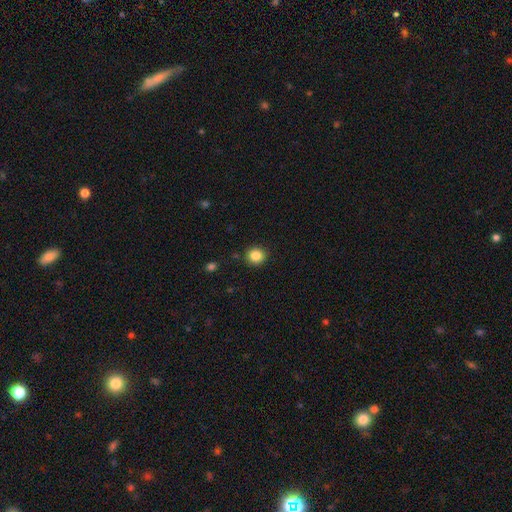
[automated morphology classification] smooth_or_featured: smooth (p=0.85) [alt: star or artifact p=0.10]
how_rounded: round (p=0.91) [alt: in between p=0.08]
merging: none (p=0.90) [alt: minor disturbance p=0.06]